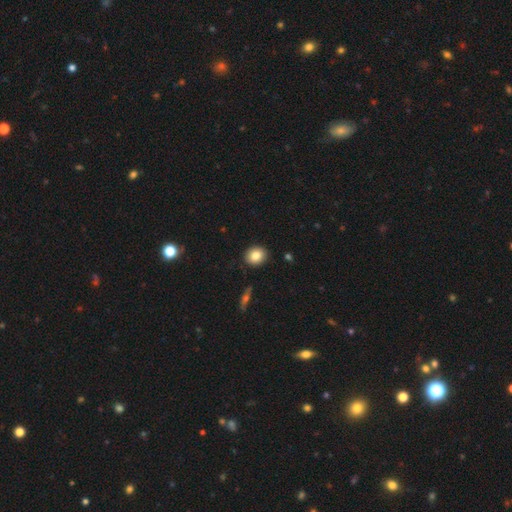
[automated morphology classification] smooth-or-featured: smooth: 83% | star or artifact: 9% | featured or disk: 9%
  how-rounded: round: 68% | in between: 31% | cigar-shaped: 1%
  merging: none: 90% | minor disturbance: 7% | major disturbance: 2% | merger: 1%